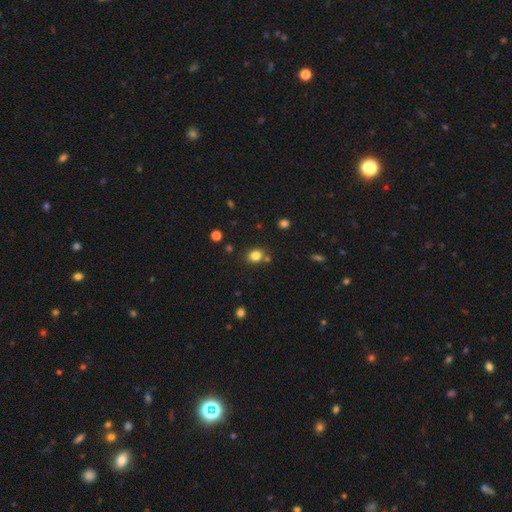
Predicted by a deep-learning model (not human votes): Smooth or featured: smooth — 81% (star or artifact — 13%)
How rounded: round — 57% (in between — 42%)
Merging: none — 75% (minor disturbance — 11%)